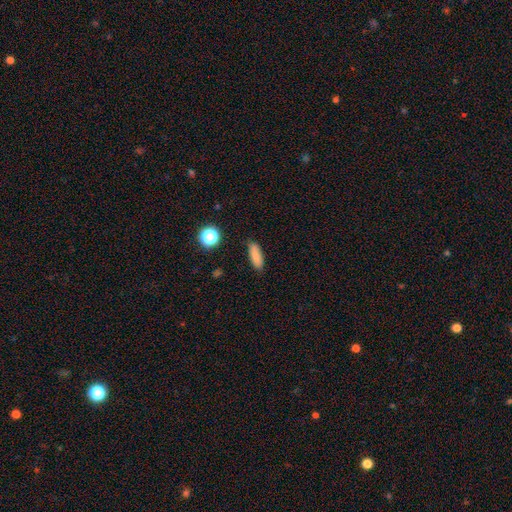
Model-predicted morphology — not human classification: A smooth galaxy with no disk features (83%) that is in between round and cigar-shaped (52%).

Vote fractions:
- Smooth or featured? smooth: 83% / star or artifact: 10% / featured or disk: 7%
- How rounded? in between: 52% / cigar-shaped: 44% / round: 3%
- Merging? none: 84% / minor disturbance: 12% / major disturbance: 3% / merger: 2%